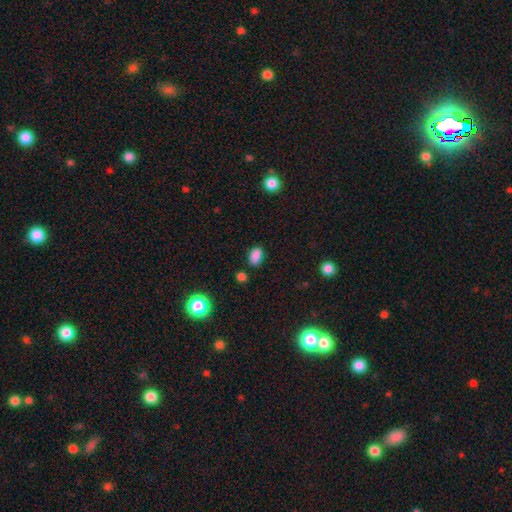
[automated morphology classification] This is clearly a smooth galaxy (85%). How rounded: clearly in between (87%). Merging: likely none (78%).